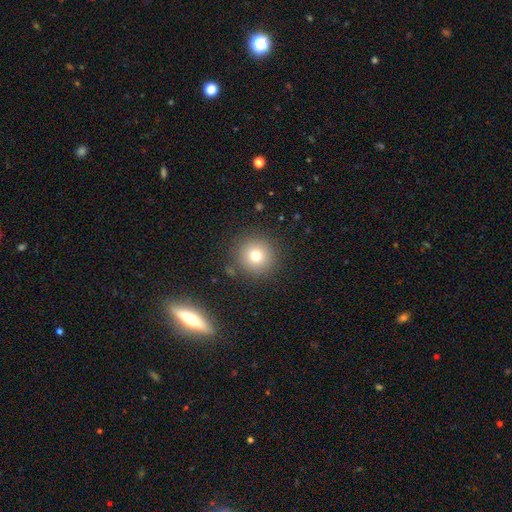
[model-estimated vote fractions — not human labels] Smooth or featured?
  - smooth: 75% *
  - star or artifact: 14%
  - featured or disk: 11%
How rounded?
  - round: 94% *
  - in between: 5%
  - cigar-shaped: 1%
Merging?
  - none: 87% *
  - minor disturbance: 7%
  - major disturbance: 3%
  - merger: 2%